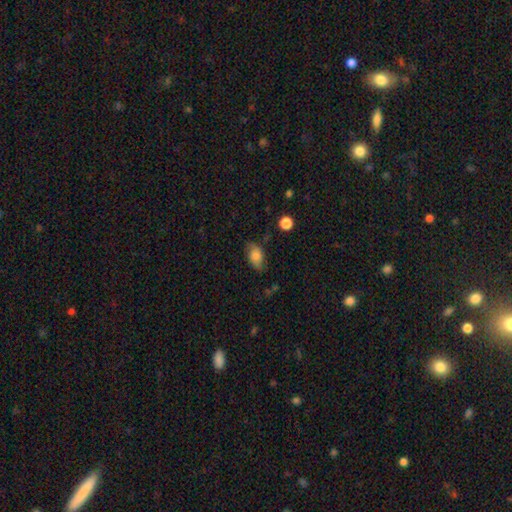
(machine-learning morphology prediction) The model was most divided on "merging": none: 66%, minor disturbance: 25%, major disturbance: 7%, merger: 2%. More confident: how rounded — in between (87%); smooth or featured — smooth (67%).